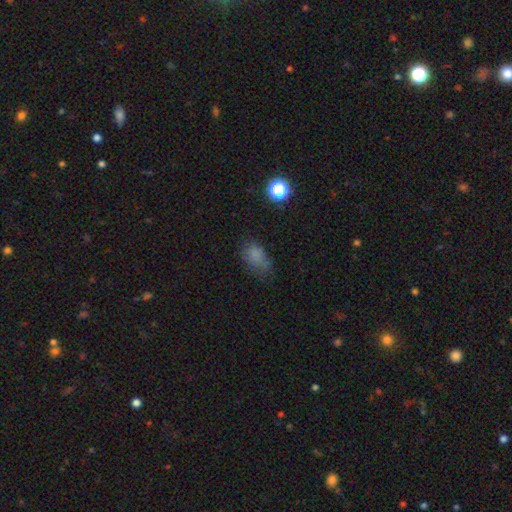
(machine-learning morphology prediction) smooth_or_featured: smooth (p=0.75) [alt: star or artifact p=0.16]
how_rounded: in between (p=0.81) [alt: round p=0.17]
merging: none (p=0.53) [alt: minor disturbance p=0.29]